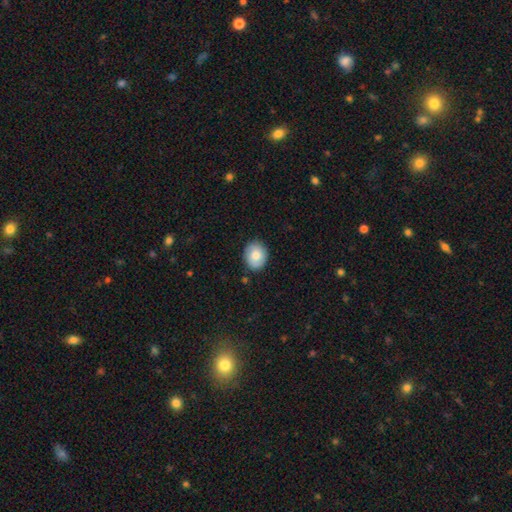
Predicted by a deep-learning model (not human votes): A smooth galaxy with no disk features (81%) that is round (56%).

Vote fractions:
- Smooth or featured? smooth: 81% / featured or disk: 12% / star or artifact: 7%
- How rounded? round: 56% / in between: 44% / cigar-shaped: 1%
- Merging? none: 87% / minor disturbance: 10% / major disturbance: 2% / merger: 1%